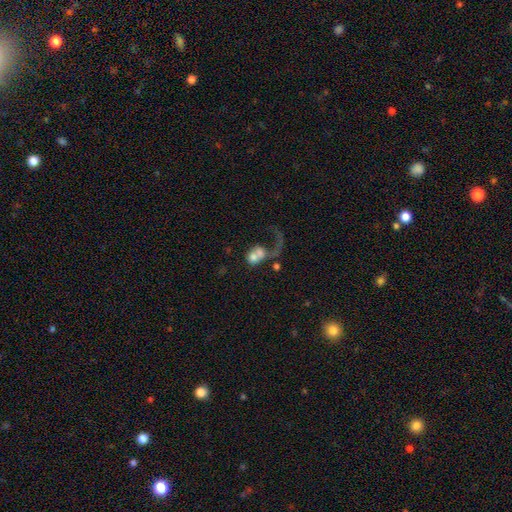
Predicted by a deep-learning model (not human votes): Morphology: type=smooth (49%); merging=merger (48%).